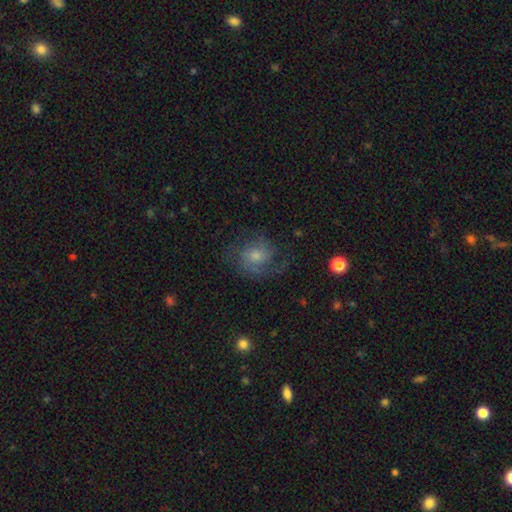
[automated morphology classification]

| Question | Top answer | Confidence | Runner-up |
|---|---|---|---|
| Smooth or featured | featured or disk | 69% | smooth (21%) |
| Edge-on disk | no | 97% | yes (3%) |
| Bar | no | 65% | weak (31%) |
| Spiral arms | yes | 93% | no (7%) |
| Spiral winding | medium | 49% | tight (31%) |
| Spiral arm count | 2 | 58% | can't tell (17%) |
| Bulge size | moderate | 50% | small (37%) |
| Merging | none | 69% | minor disturbance (17%) |